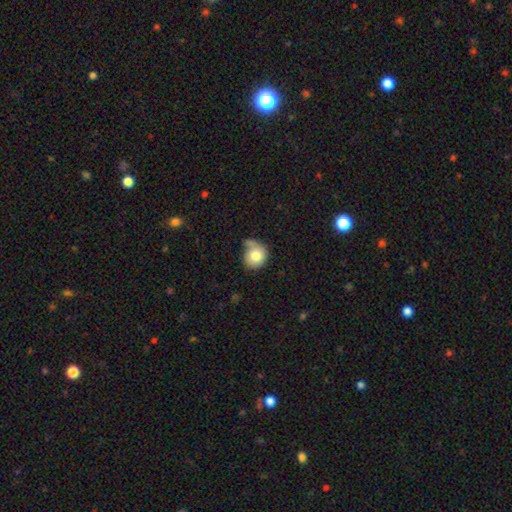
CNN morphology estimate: This appears to be a smooth galaxy with no disk features (79%) that is round (80%). Merging: none (47%).